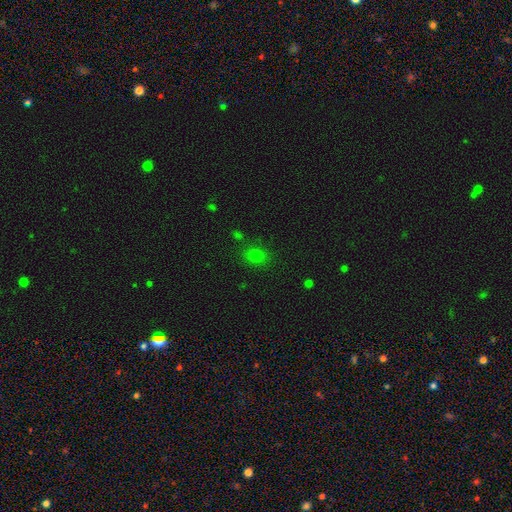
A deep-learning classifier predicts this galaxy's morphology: Smooth or featured? smooth (74%)
How rounded? round (64%)
Merging? none (82%)